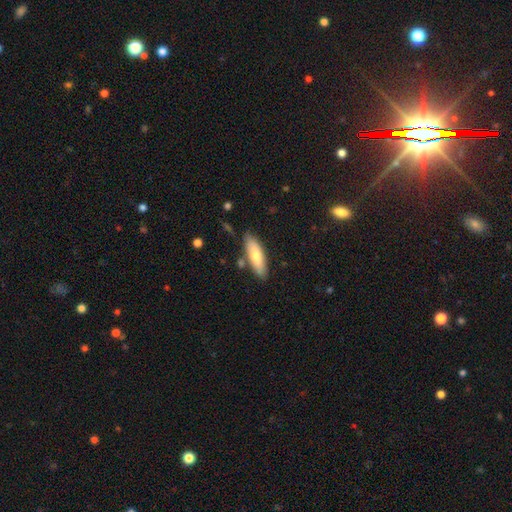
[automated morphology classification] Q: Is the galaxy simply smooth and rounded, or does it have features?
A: smooth — 70%.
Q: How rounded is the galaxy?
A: in between — 51%.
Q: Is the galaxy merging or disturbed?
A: none — 79%.